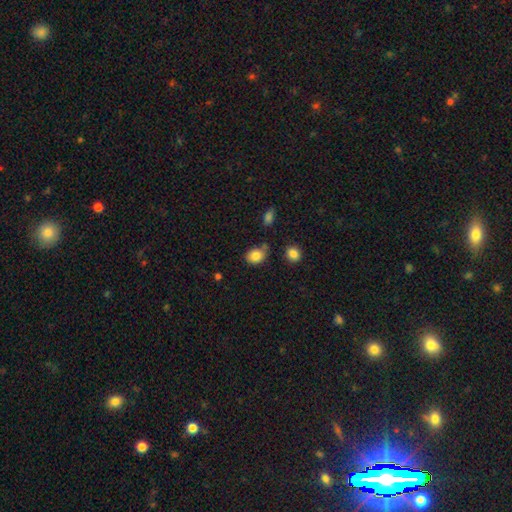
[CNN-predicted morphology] This is clearly a smooth galaxy (83%). How rounded: possibly in between (56%). Merging: likely none (64%).